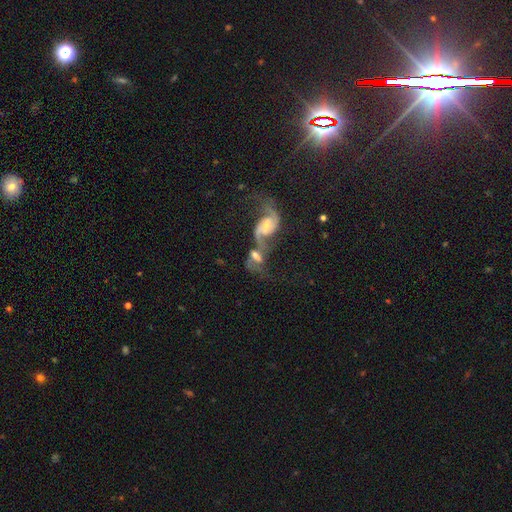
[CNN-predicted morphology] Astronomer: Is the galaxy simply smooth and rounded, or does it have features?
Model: featured or disk — 70%.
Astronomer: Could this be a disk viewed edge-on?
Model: no — 94%.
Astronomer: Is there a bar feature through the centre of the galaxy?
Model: weak — 46% (runner-up: no, 34%).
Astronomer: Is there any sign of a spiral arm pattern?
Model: yes — 86%.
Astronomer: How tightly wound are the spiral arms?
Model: loose — 59%.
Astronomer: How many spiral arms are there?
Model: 2 — 82%.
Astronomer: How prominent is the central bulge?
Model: moderate — 46% (runner-up: small, 34%).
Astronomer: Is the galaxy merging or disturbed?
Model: merger — 64%.